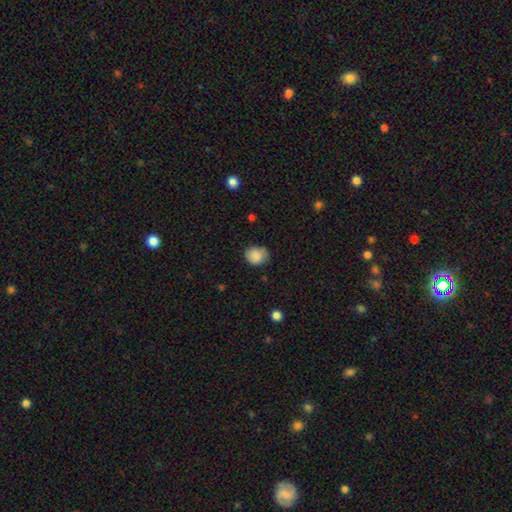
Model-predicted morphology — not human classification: Smooth or featured: smooth — 85% (star or artifact — 9%)
How rounded: round — 72% (in between — 27%)
Merging: none — 70% (minor disturbance — 23%)